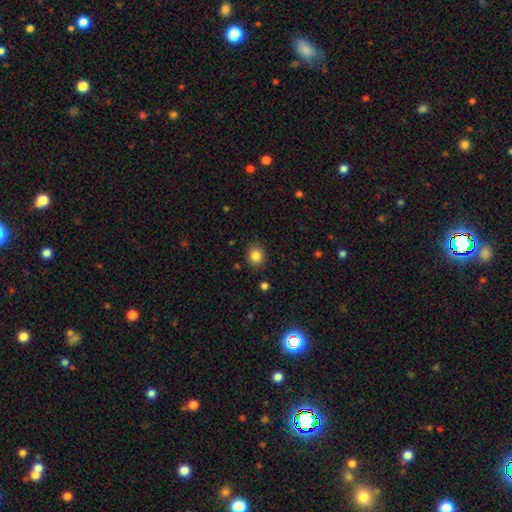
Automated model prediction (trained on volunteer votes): A smooth galaxy with no disk features (85%) that is round (64%). Merging: none (87%).